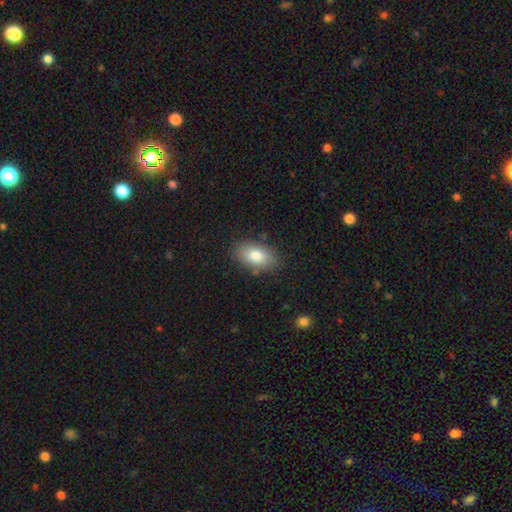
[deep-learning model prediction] Smooth or featured: smooth — 82% (featured or disk — 11%)
How rounded: in between — 92% (round — 5%)
Merging: none — 82% (minor disturbance — 13%)